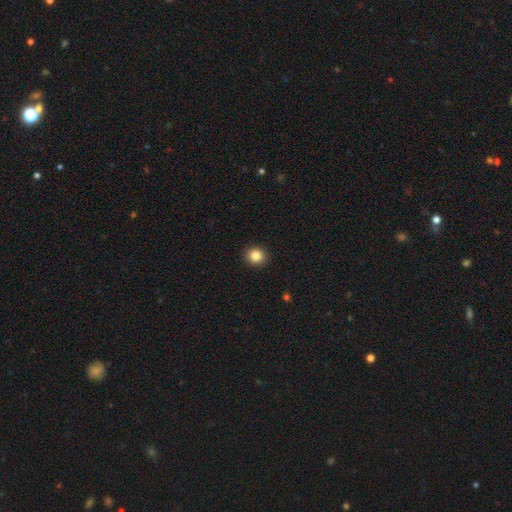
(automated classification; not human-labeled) Morphology: type=smooth (85%); roundness=round (85%); merging=none (92%).